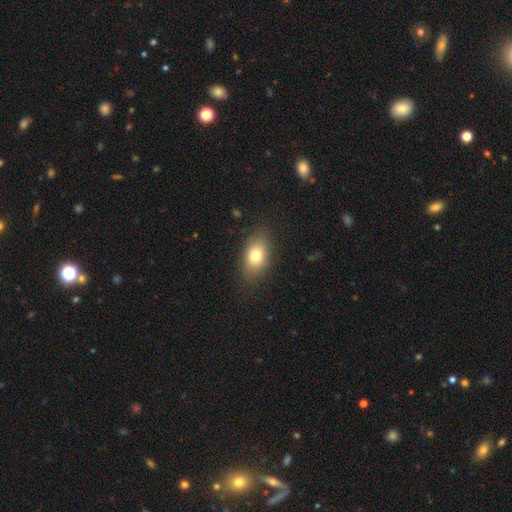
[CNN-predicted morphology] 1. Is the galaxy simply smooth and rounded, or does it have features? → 78% smooth, 13% featured or disk, 9% star or artifact.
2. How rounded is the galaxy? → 82% in between, 16% round, 2% cigar-shaped.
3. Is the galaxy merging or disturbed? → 83% none, 12% minor disturbance, 4% major disturbance, 1% merger.